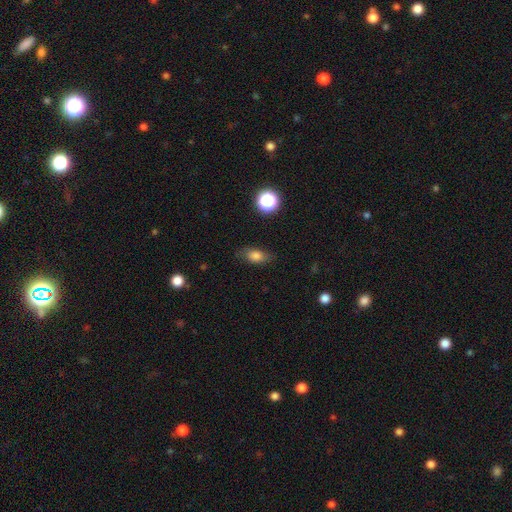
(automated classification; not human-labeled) smooth_or_featured: smooth (p=0.79) [alt: star or artifact p=0.11]
how_rounded: in between (p=0.80) [alt: round p=0.13]
merging: none (p=0.79) [alt: minor disturbance p=0.16]